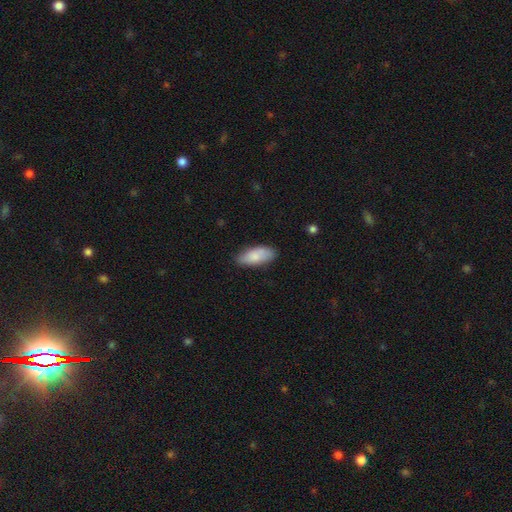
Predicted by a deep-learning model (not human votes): Smooth or featured: smooth — 84% (featured or disk — 10%)
How rounded: in between — 86% (cigar-shaped — 12%)
Merging: none — 80% (minor disturbance — 16%)